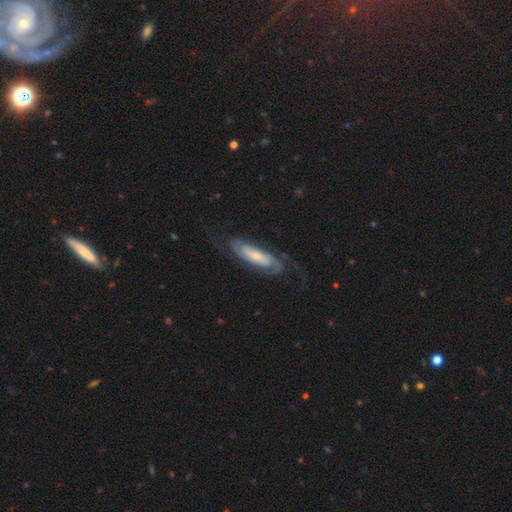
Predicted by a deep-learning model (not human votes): Smooth or featured? Predicted: featured or disk (p=0.77). Edge-on disk? Predicted: no (p=0.83). Bar? Predicted: no (p=0.55). Spiral arms? Predicted: yes (p=0.94). Spiral winding? Predicted: tight (p=0.46). Spiral arm count? Predicted: 2 (p=0.56). Bulge size? Predicted: small (p=0.58). Merging? Predicted: none (p=0.64).